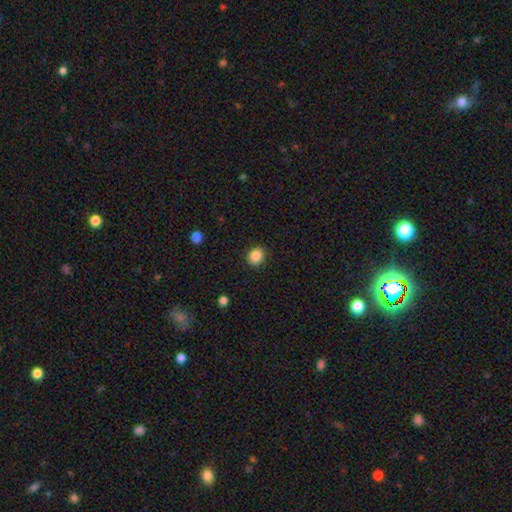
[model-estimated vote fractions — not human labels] Smooth or featured?
  - smooth: 86% *
  - star or artifact: 10%
  - featured or disk: 4%
How rounded?
  - round: 77% *
  - in between: 22%
  - cigar-shaped: 1%
Merging?
  - none: 91% *
  - minor disturbance: 6%
  - major disturbance: 2%
  - merger: 1%